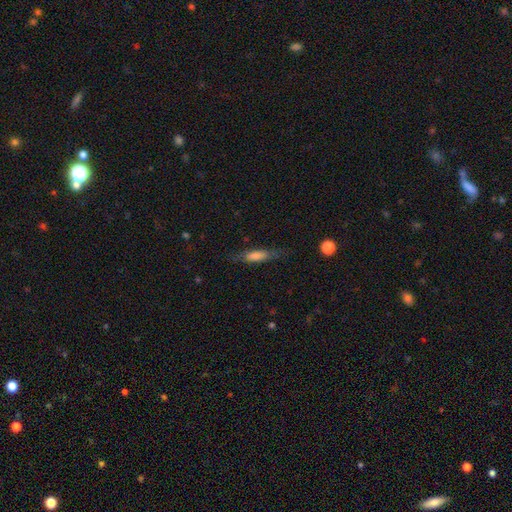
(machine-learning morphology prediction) A smooth galaxy with no disk features (55%) that is cigar-shaped (74%).

Vote fractions:
- Smooth or featured? smooth: 55% / featured or disk: 36% / star or artifact: 9%
- How rounded? cigar-shaped: 74% / in between: 24% / round: 2%
- Merging? none: 75% / minor disturbance: 17% / major disturbance: 6% / merger: 1%